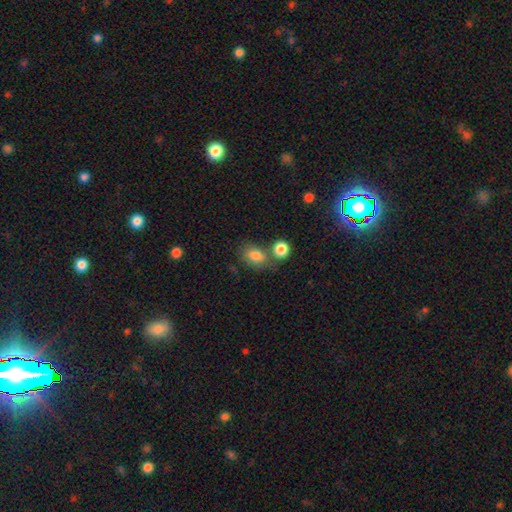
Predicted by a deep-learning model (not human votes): Q: Smooth or featured?
A: smooth (81%); runner-up: featured or disk (10%)
Q: How rounded?
A: in between (75%); runner-up: round (23%)
Q: Merging?
A: none (53%); runner-up: merger (26%)